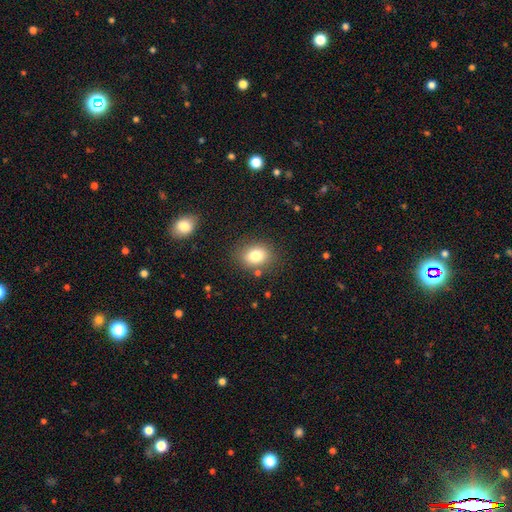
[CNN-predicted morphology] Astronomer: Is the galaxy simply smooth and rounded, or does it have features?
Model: smooth — 80%.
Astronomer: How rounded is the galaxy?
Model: in between — 52% (runner-up: round, 47%).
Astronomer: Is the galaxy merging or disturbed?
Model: none — 81%.